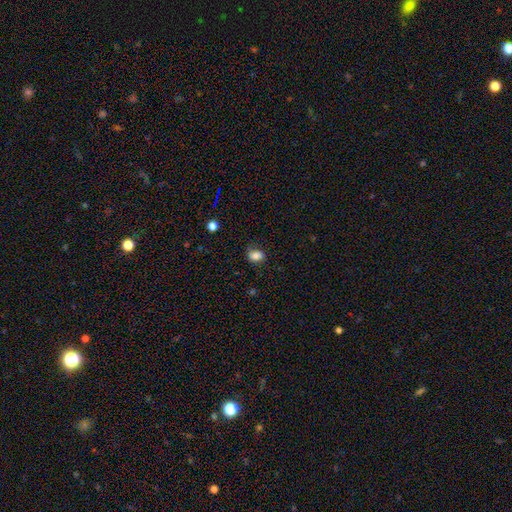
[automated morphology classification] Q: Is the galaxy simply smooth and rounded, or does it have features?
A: smooth — 81%.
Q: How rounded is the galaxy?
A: in between — 71%.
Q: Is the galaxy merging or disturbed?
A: none — 63%.